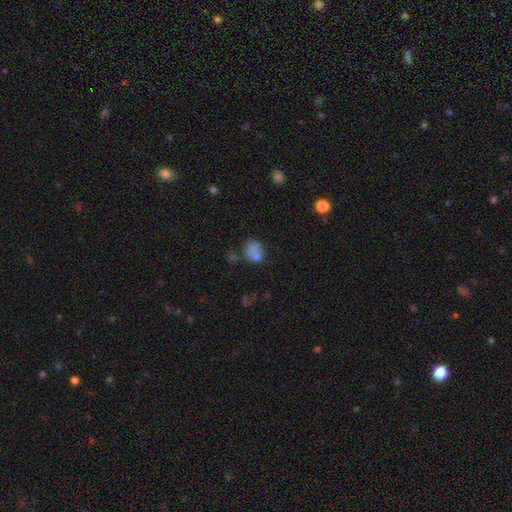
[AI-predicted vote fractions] Smooth or featured? smooth (68%)
How rounded? round (50%)
Merging? none (38%)